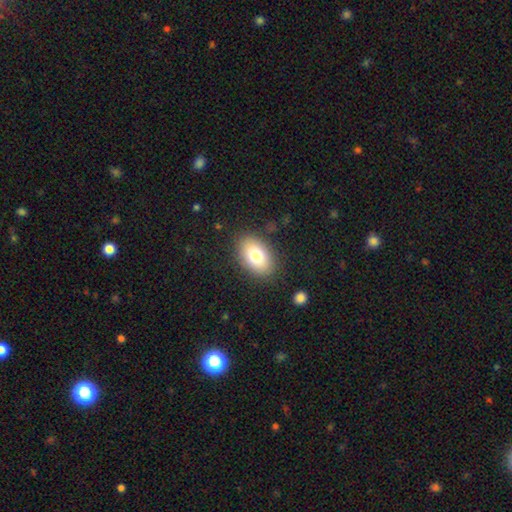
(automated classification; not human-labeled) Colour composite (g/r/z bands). It shows a smooth galaxy with no disk features (77%) that is in between round and cigar-shaped (88%). Merging: none (85%).